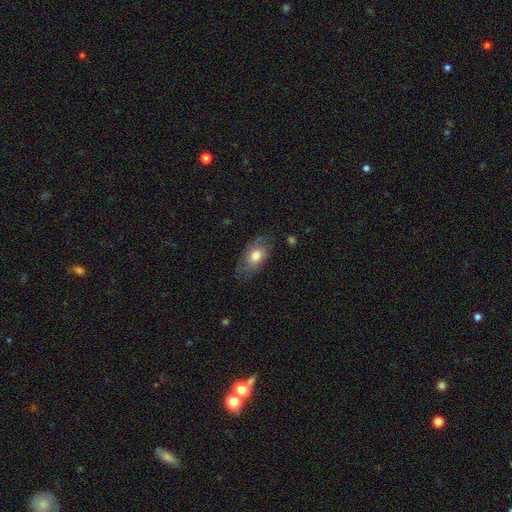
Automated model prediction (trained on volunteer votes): smooth-or-featured: smooth: 67% | featured or disk: 26% | star or artifact: 7%
  how-rounded: in between: 87% | round: 9% | cigar-shaped: 3%
  merging: none: 62% | minor disturbance: 26% | major disturbance: 10% | merger: 2%